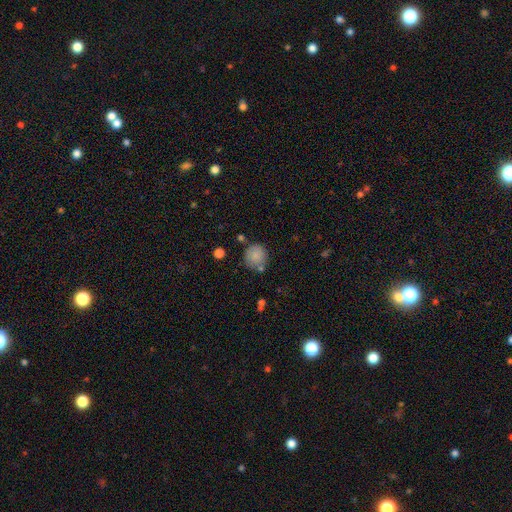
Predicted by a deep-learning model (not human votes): Morphology: type=smooth (86%); roundness=round (92%); merging=none (76%).